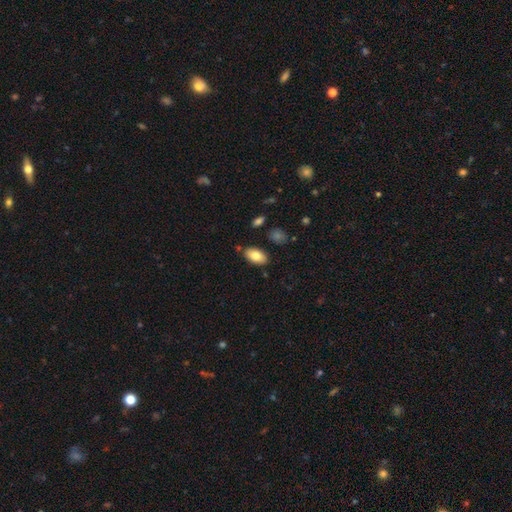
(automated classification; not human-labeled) Smooth or featured: smooth — 83% (featured or disk — 10%)
How rounded: in between — 94% (round — 4%)
Merging: none — 83% (minor disturbance — 12%)